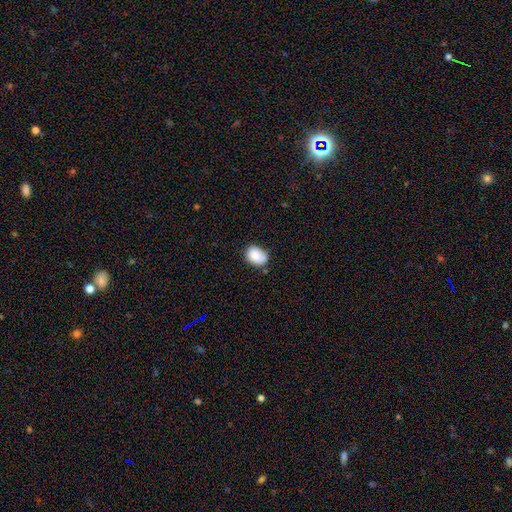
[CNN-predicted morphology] Q: Smooth or featured?
A: smooth (84%); runner-up: featured or disk (8%)
Q: How rounded?
A: in between (65%); runner-up: round (35%)
Q: Merging?
A: none (64%); runner-up: minor disturbance (26%)